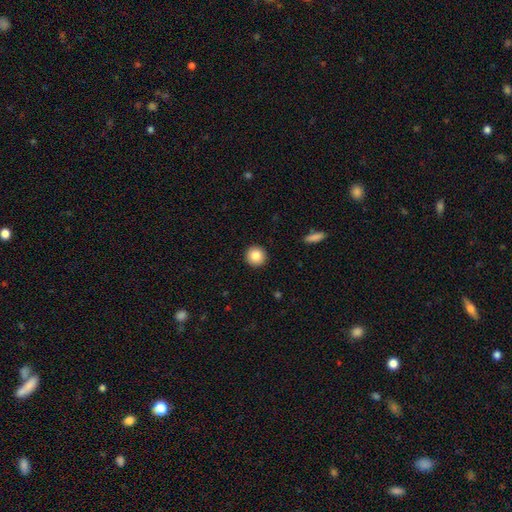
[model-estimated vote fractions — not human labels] Morphology: type=smooth (85%); roundness=round (95%); merging=none (93%).